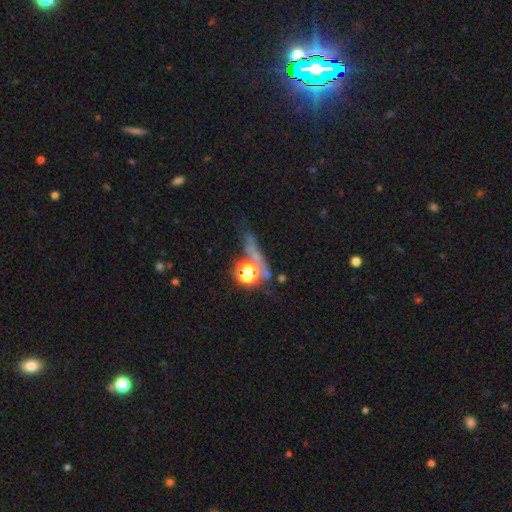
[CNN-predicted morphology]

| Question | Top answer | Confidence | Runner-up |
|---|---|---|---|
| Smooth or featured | star or artifact | 53% | smooth (31%) |